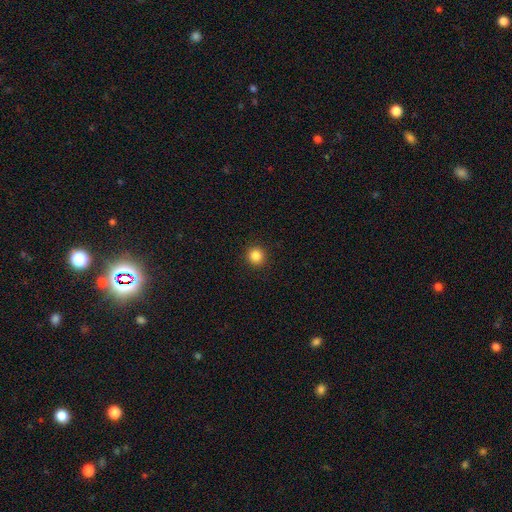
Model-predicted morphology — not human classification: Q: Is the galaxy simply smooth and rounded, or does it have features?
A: smooth — 85%.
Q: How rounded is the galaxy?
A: round — 94%.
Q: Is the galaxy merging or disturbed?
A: none — 93%.